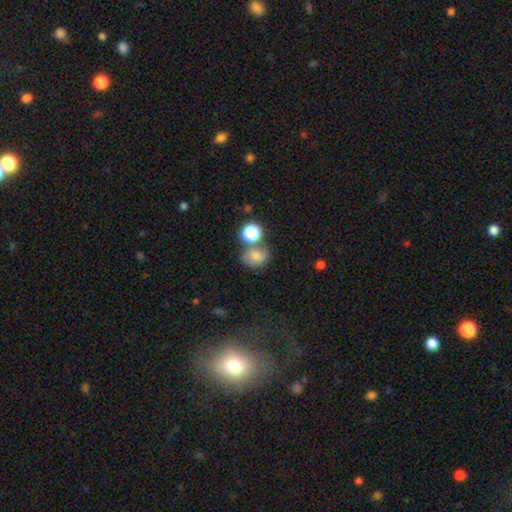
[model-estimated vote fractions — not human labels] smooth_or_featured: smooth (p=0.75) [alt: star or artifact p=0.13]
how_rounded: round (p=0.61) [alt: in between p=0.38]
merging: none (p=0.52) [alt: merger p=0.27]